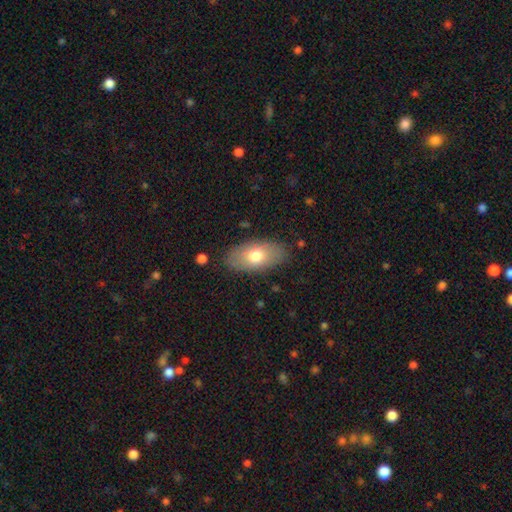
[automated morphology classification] A smooth galaxy with no disk features (71%) that is in between round and cigar-shaped (92%). Merging: none (83%).